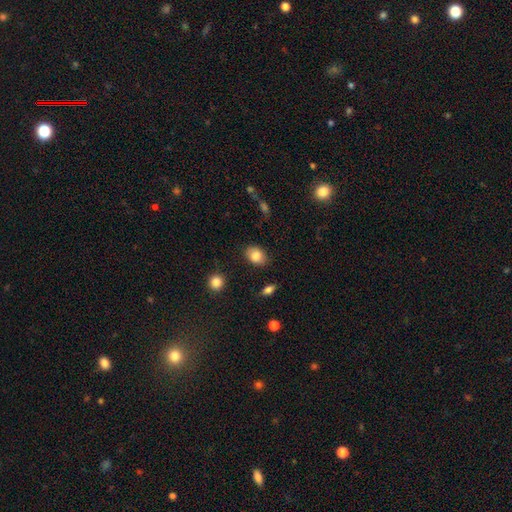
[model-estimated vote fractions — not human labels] This appears to be a smooth galaxy with no disk features (83%) that is in between round and cigar-shaped (76%). Merging: none (84%).